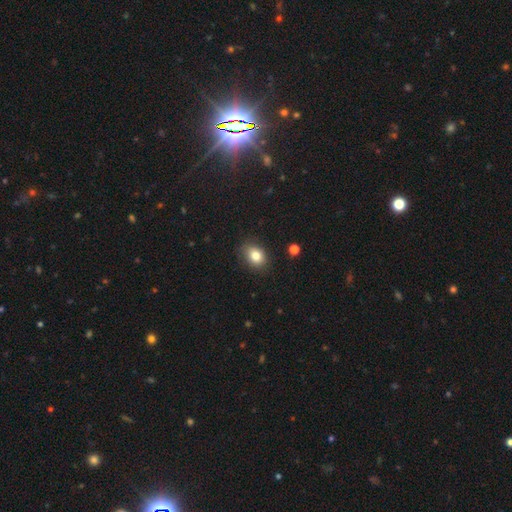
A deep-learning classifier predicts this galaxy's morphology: type=smooth (82%); roundness=in between (64%); merging=none (83%).